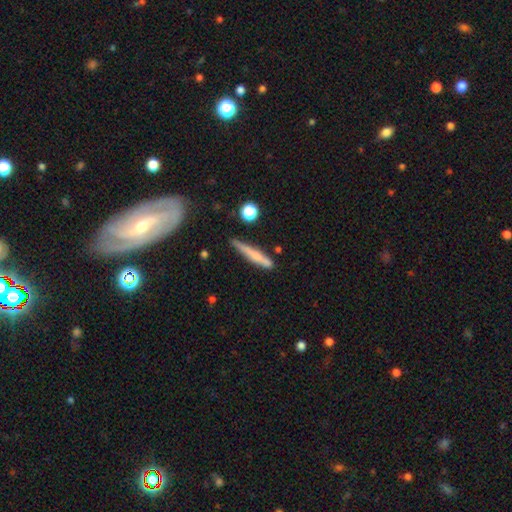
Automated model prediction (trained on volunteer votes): Smooth or featured?
  - smooth: 58% *
  - featured or disk: 35%
  - star or artifact: 7%
How rounded?
  - cigar-shaped: 92% *
  - in between: 6%
  - round: 2%
Merging?
  - none: 69% *
  - minor disturbance: 21%
  - merger: 5%
  - major disturbance: 4%